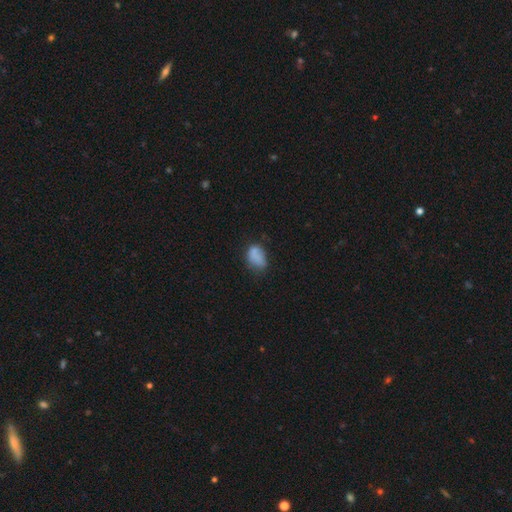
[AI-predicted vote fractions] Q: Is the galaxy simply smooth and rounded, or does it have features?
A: smooth — 77%.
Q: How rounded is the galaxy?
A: in between — 82%.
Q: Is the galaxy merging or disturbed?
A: none — 46%.